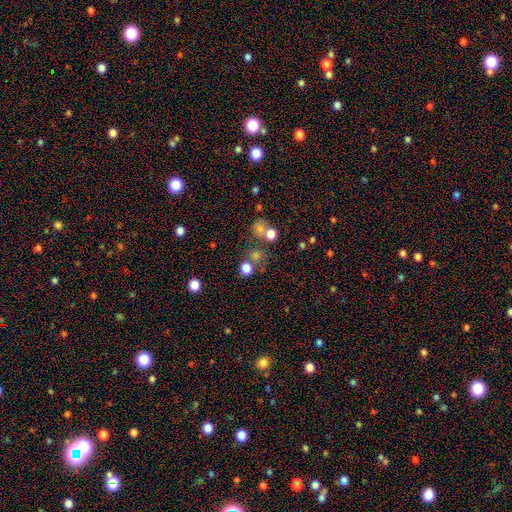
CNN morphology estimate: This is possibly a smooth galaxy (55%). How rounded: clearly round (83%). Merging: likely none (61%).